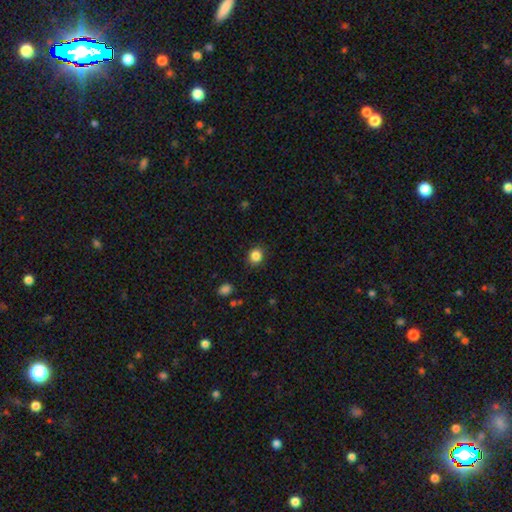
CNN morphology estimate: Q: Smooth or featured?
A: smooth (85%); runner-up: star or artifact (11%)
Q: How rounded?
A: round (79%); runner-up: in between (20%)
Q: Merging?
A: none (89%); runner-up: minor disturbance (8%)